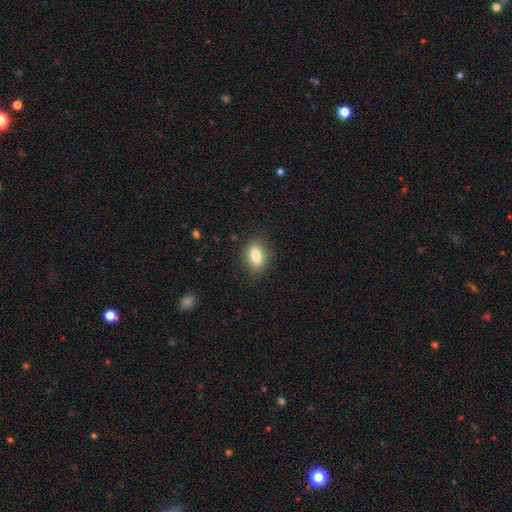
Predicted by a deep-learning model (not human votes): Overall: smooth (81%). How rounded: in between (81%). Merging: none (84%).